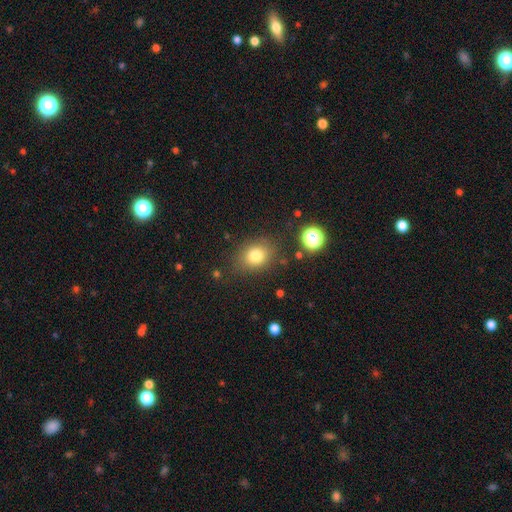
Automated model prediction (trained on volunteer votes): Smooth or featured? smooth (79%)
How rounded? in between (52%)
Merging? none (80%)